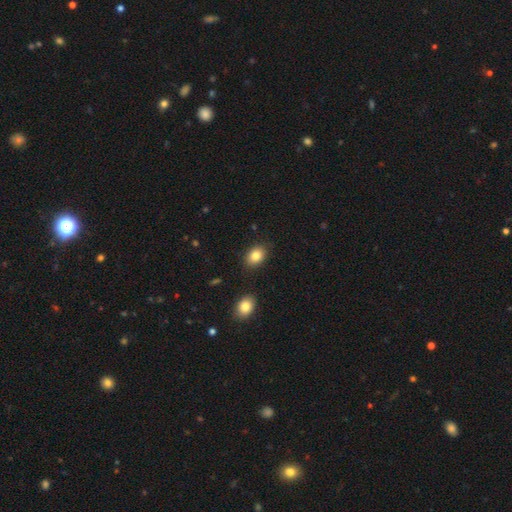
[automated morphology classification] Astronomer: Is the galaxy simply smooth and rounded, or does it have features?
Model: smooth — 84%.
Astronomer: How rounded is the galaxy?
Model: in between — 72%.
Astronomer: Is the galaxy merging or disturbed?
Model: none — 85%.